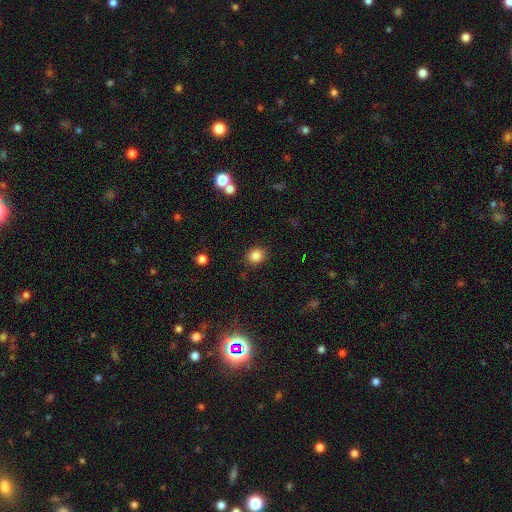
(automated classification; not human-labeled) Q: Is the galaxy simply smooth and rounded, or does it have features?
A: smooth — 84%.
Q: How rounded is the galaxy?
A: round — 78%.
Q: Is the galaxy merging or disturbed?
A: none — 89%.